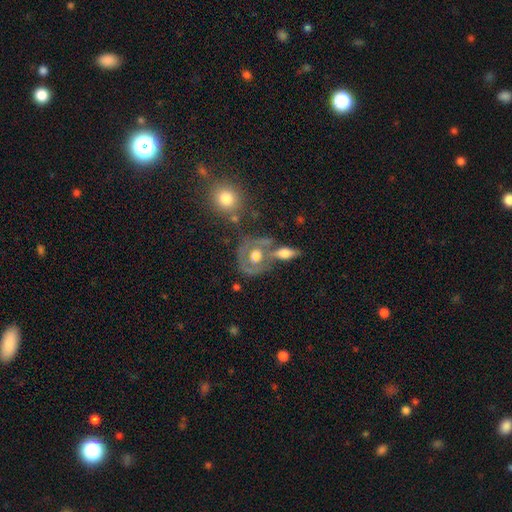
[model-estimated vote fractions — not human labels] This is possibly a featured or disk galaxy (55%). It is clearly not viewed edge-on (91%). Merging: marginally none (42%).